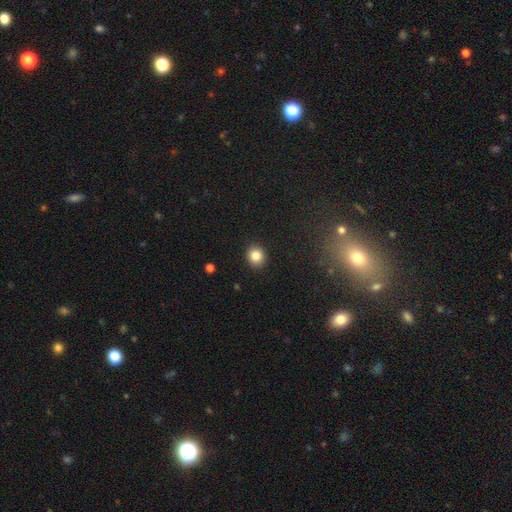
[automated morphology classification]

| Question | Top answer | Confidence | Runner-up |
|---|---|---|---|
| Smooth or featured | smooth | 84% | star or artifact (10%) |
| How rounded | round | 79% | in between (20%) |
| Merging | none | 91% | minor disturbance (6%) |